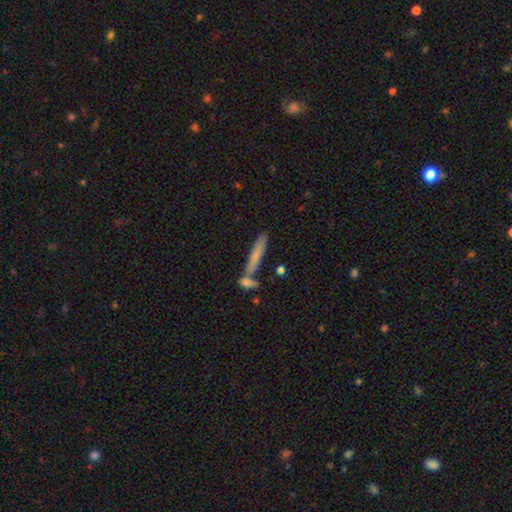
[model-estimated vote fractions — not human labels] smooth-or-featured: smooth: 69% | featured or disk: 24% | star or artifact: 7%
  how-rounded: cigar-shaped: 88% | in between: 10% | round: 2%
  merging: none: 63% | merger: 22% | minor disturbance: 12% | major disturbance: 4%